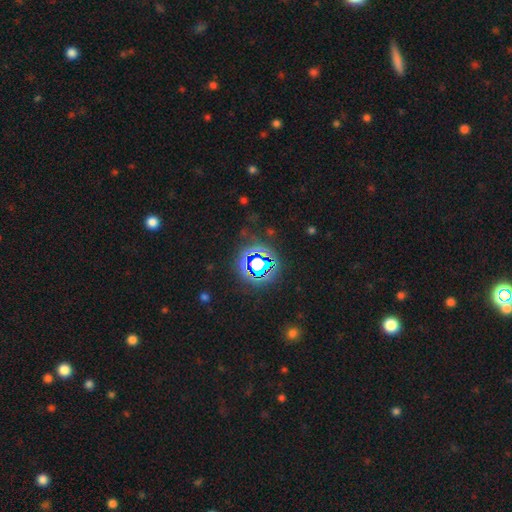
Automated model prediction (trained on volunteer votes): This appears to be a star or artifact, not a galaxy (76%).